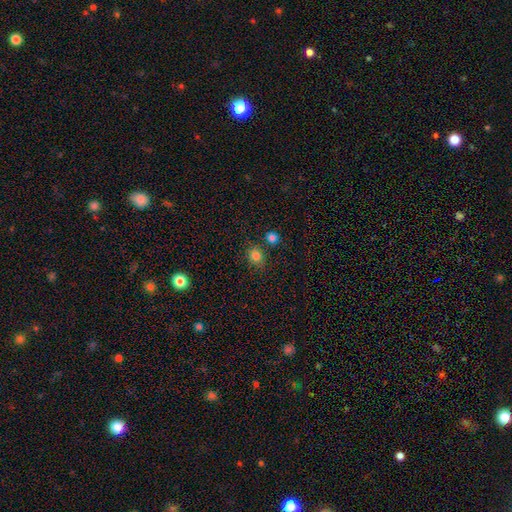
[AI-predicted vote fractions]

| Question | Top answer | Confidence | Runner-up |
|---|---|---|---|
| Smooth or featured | smooth | 81% | star or artifact (14%) |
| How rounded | round | 77% | in between (22%) |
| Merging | none | 76% | minor disturbance (11%) |